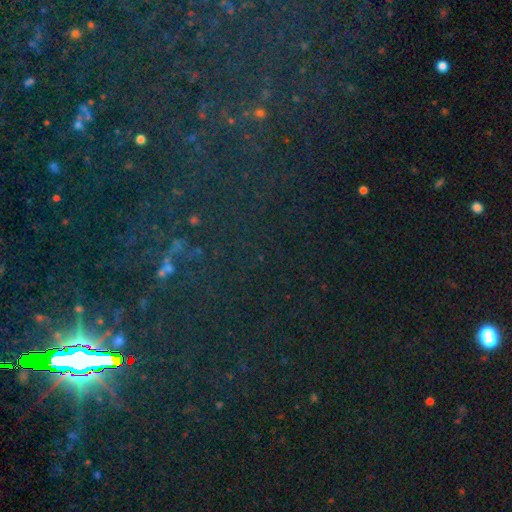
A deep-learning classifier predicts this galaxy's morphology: type=star or artifact (83%).